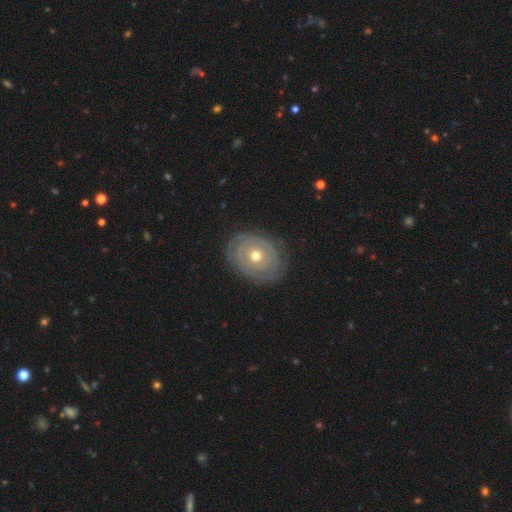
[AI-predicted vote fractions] Smooth or featured: featured or disk — 75% (smooth — 19%)
Edge-on disk: no — 95% (yes — 5%)
Bar: no — 87% (weak — 10%)
Spiral arms: yes — 71% (no — 29%)
Spiral winding: tight — 85% (medium — 10%)
Spiral arm count: can't tell — 45% (2 — 26%)
Bulge size: moderate — 60% (small — 37%)
Merging: none — 81% (minor disturbance — 13%)